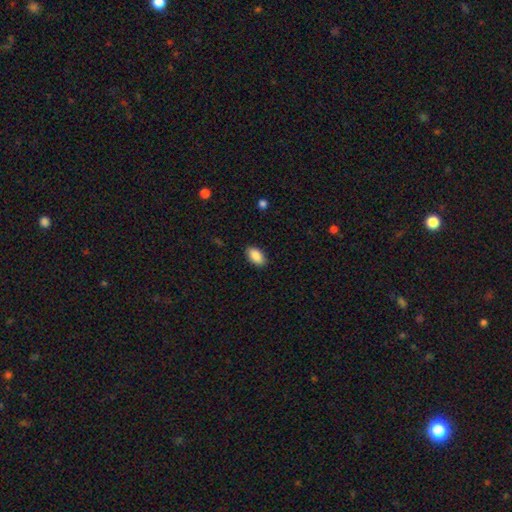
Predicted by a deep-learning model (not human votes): The model was most divided on "merging": none: 87%, minor disturbance: 9%, major disturbance: 2%, merger: 1%. More confident: how rounded — in between (94%); smooth or featured — smooth (88%).